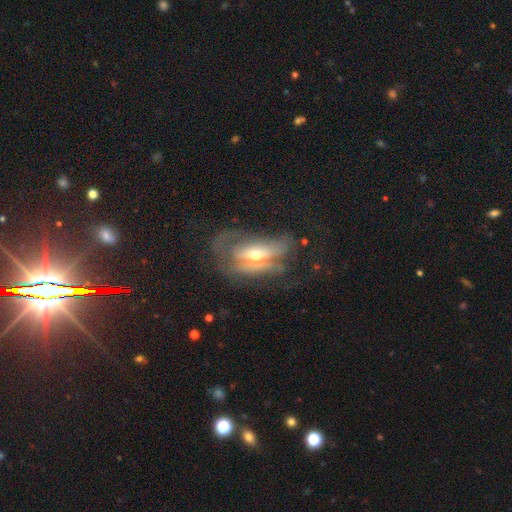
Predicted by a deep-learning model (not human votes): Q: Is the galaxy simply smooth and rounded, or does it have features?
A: featured or disk — 60%.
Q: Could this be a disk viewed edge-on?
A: no — 74%.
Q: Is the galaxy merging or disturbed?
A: major disturbance — 40%.